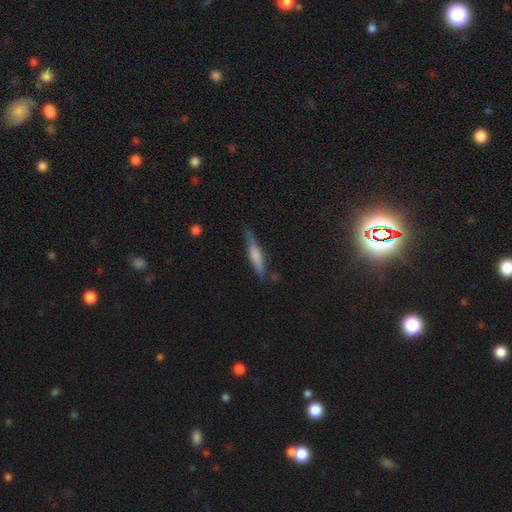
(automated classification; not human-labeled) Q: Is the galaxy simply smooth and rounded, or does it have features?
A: smooth — 59%.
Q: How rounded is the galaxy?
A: cigar-shaped — 87%.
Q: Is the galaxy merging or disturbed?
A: none — 79%.